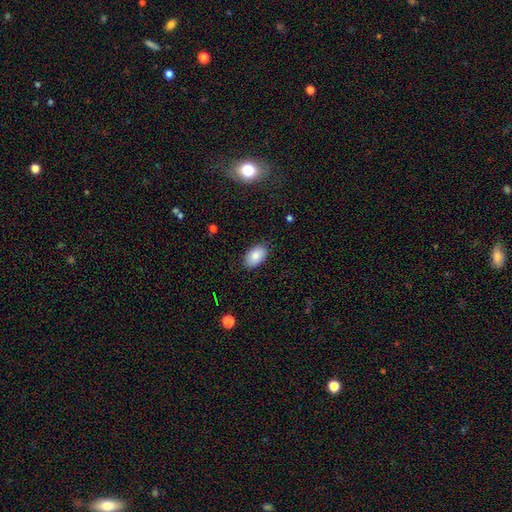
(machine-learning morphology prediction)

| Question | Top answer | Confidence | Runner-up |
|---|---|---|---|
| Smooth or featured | smooth | 84% | featured or disk (8%) |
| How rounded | in between | 93% | round (5%) |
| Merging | none | 84% | minor disturbance (12%) |